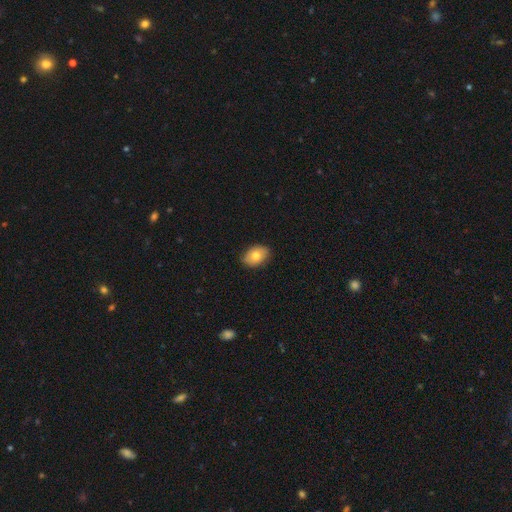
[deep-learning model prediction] This appears to be a smooth galaxy with no disk features (76%) that is in between round and cigar-shaped (80%). Merging: none (85%).